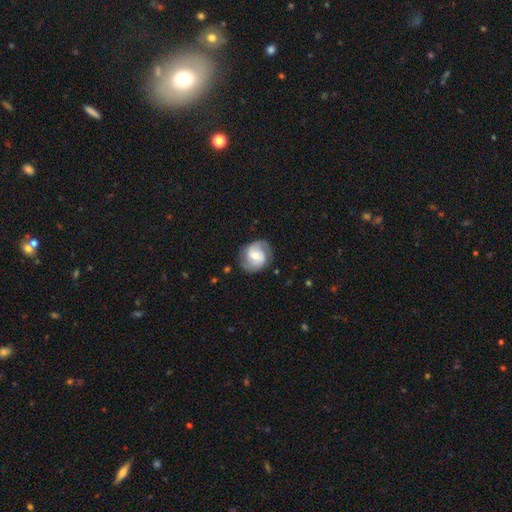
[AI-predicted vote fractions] Morphology: type=featured or disk (75%); edge-on=no (98%); bar=weak (46%); spiral arms=yes (93%); winding=medium (46%); arm count=2 (86%); bulge=moderate (59%); merging=none (79%).